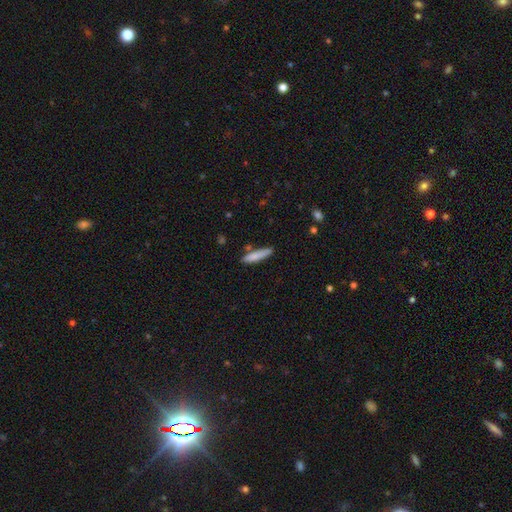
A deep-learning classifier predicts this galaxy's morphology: This appears to be a smooth galaxy with no disk features (80%) that is cigar-shaped (84%). Merging: none (77%).